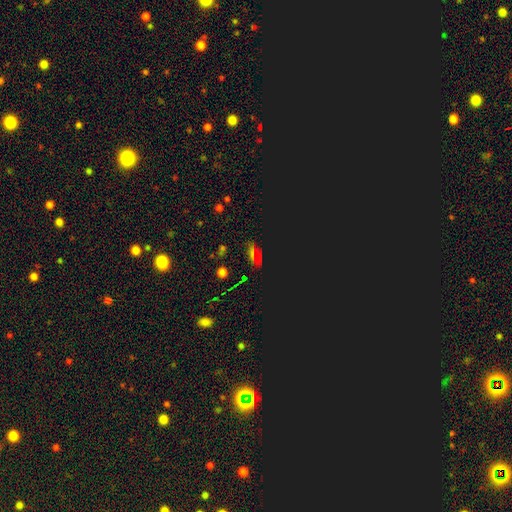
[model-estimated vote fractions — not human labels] This is likely a star or artifact rather than a galaxy (61%).